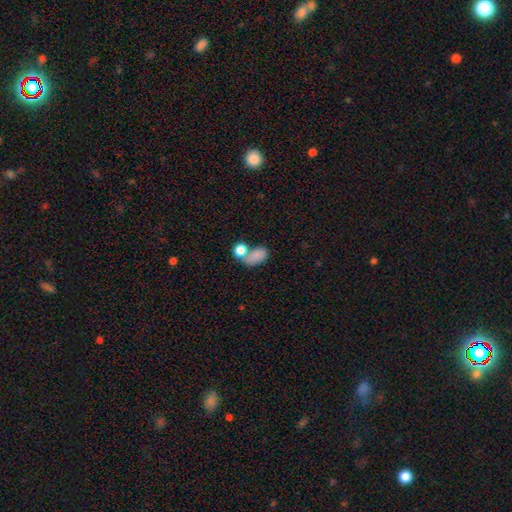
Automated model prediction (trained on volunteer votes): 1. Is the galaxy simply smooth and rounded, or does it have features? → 80% smooth, 11% featured or disk, 10% star or artifact.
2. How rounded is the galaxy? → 80% in between, 18% round, 2% cigar-shaped.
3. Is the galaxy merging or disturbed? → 45% merger, 31% none, 13% minor disturbance, 11% major disturbance.